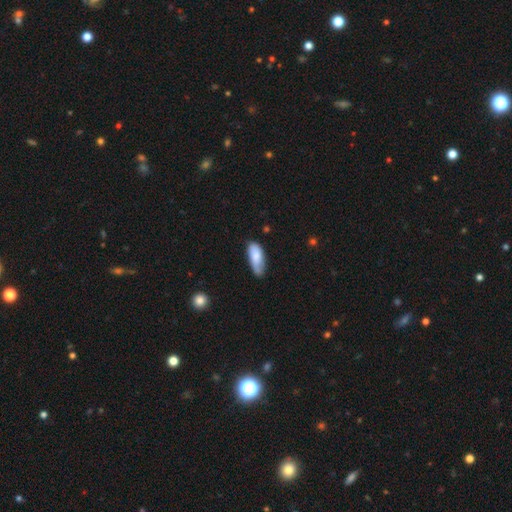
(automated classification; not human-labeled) This appears to be a smooth galaxy with no disk features (78%) that is in between round and cigar-shaped (80%). Merging: none (50%).